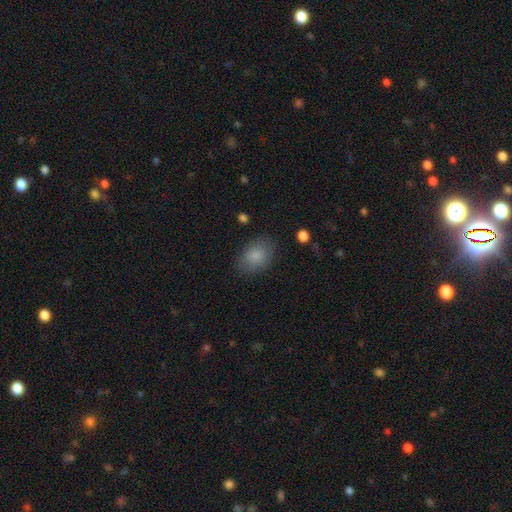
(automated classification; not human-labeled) smooth-or-featured: smooth: 85% | star or artifact: 8% | featured or disk: 6%
  how-rounded: in between: 77% | round: 21% | cigar-shaped: 1%
  merging: none: 81% | minor disturbance: 13% | major disturbance: 4% | merger: 1%